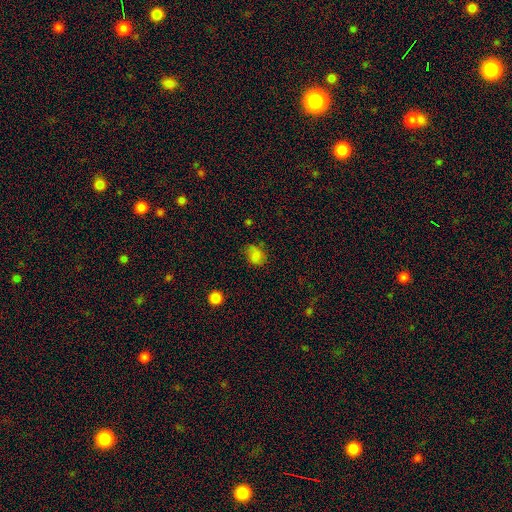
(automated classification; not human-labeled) A smooth galaxy with no disk features (78%) that is in between round and cigar-shaped (50%). Merging: none (61%).